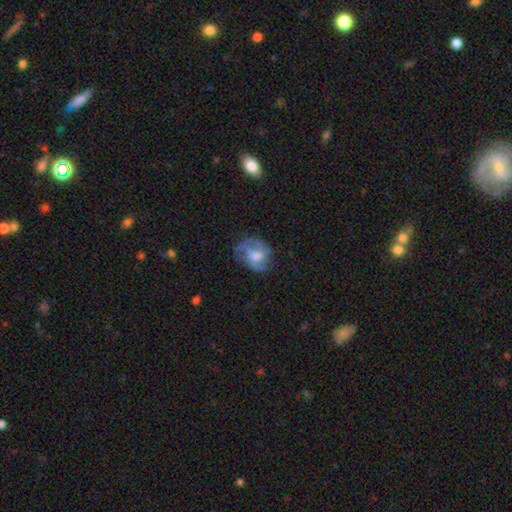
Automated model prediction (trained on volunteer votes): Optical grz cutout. It shows a featured or disk galaxy (60%) with no bar (53%), spiral arms (76%) and a moderate central bulge (58%). Merging: none (54%).